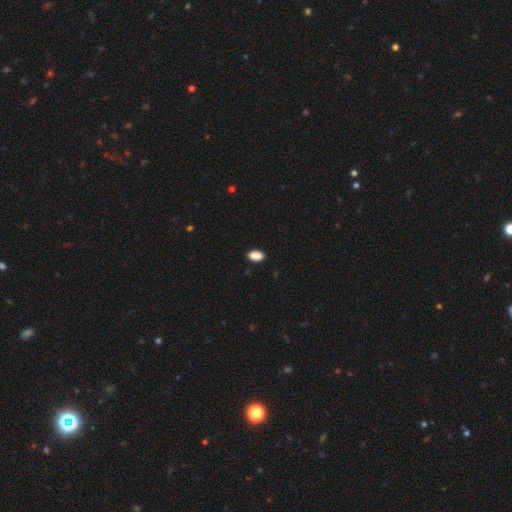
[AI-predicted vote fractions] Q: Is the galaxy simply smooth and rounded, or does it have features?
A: smooth — 89%.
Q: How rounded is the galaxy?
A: in between — 92%.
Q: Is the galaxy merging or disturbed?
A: none — 89%.